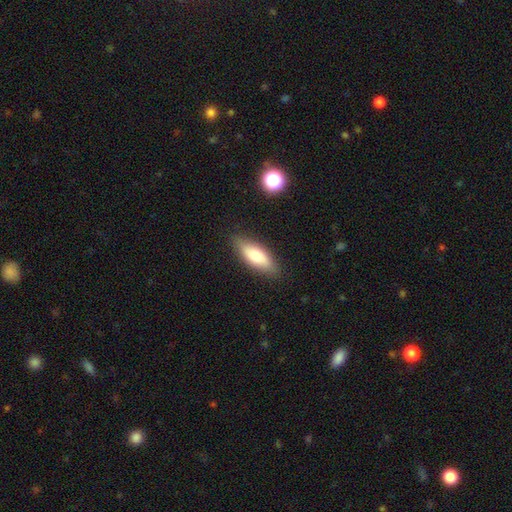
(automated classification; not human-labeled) smooth_or_featured: smooth (p=0.72) [alt: featured or disk p=0.21]
how_rounded: in between (p=0.64) [alt: cigar-shaped p=0.33]
merging: none (p=0.85) [alt: minor disturbance p=0.12]